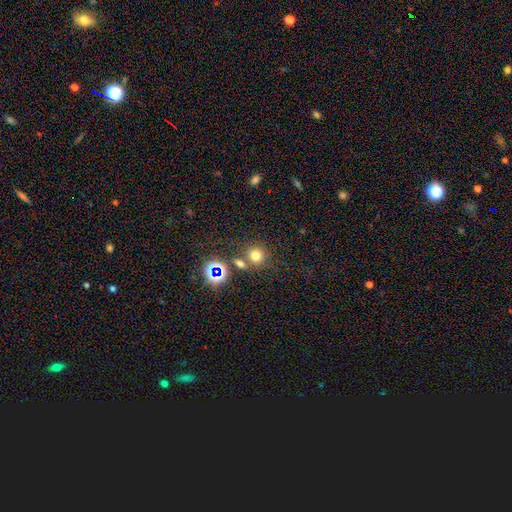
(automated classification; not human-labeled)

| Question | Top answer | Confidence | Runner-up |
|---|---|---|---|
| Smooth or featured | smooth | 69% | star or artifact (24%) |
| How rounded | round | 87% | in between (12%) |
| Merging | none | 69% | merger (18%) |